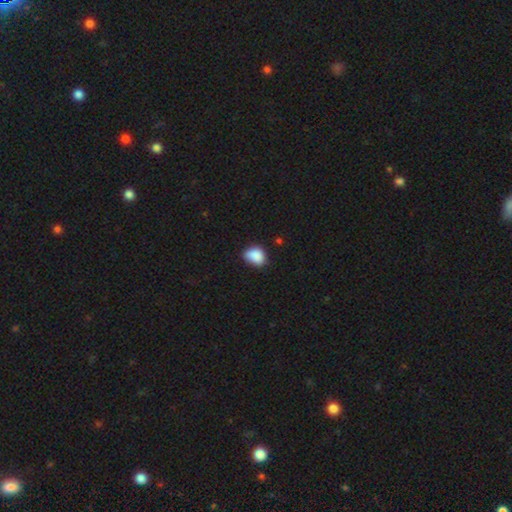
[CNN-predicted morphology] smooth_or_featured: smooth (p=0.85) [alt: star or artifact p=0.09]
how_rounded: in between (p=0.59) [alt: round p=0.40]
merging: none (p=0.52) [alt: minor disturbance p=0.37]